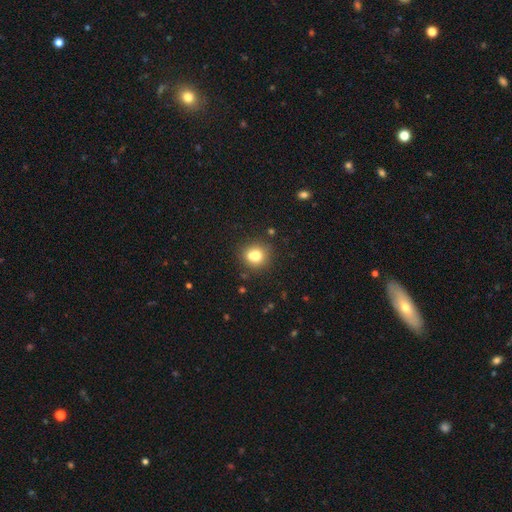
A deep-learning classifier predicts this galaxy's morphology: type=smooth (73%); roundness=round (83%); merging=none (60%).